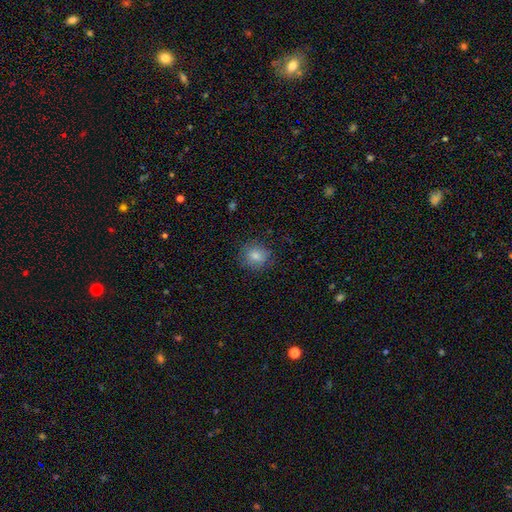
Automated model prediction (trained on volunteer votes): smooth-or-featured: smooth: 75% | star or artifact: 14% | featured or disk: 11%
  how-rounded: round: 83% | in between: 16% | cigar-shaped: 1%
  merging: none: 85% | minor disturbance: 11% | major disturbance: 3% | merger: 1%